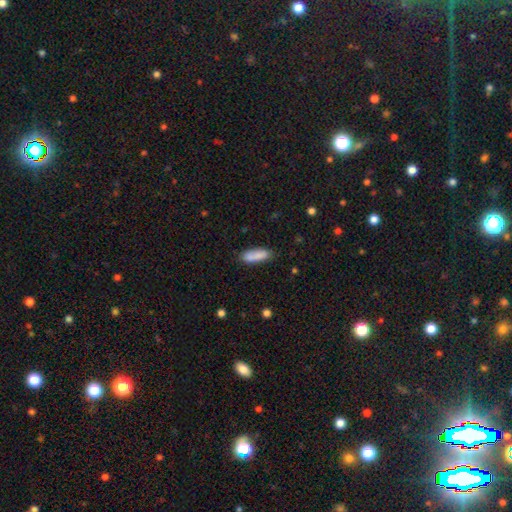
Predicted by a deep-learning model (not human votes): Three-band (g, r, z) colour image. It shows a smooth galaxy with no disk features (84%) that is in between round and cigar-shaped (53%). Merging: none (75%).